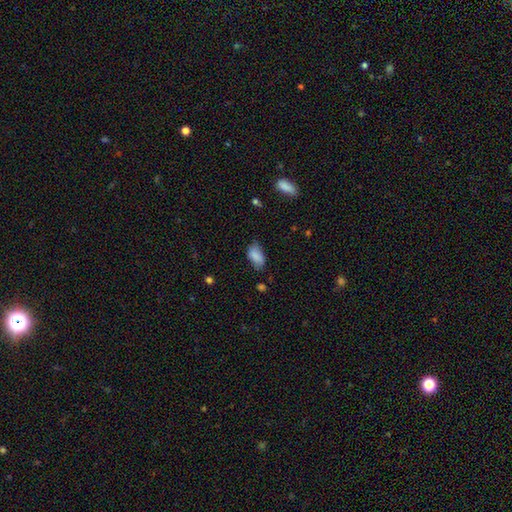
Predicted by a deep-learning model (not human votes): smooth-or-featured: smooth: 83% | featured or disk: 9% | star or artifact: 8%
  how-rounded: in between: 92% | round: 6% | cigar-shaped: 2%
  merging: none: 61% | minor disturbance: 30% | major disturbance: 7% | merger: 2%